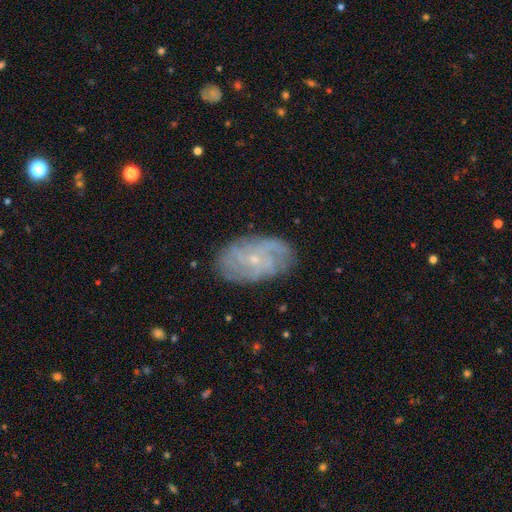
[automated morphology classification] Q: Smooth or featured?
A: featured or disk (68%); runner-up: smooth (20%)
Q: Edge-on disk?
A: no (94%); runner-up: yes (6%)
Q: Bar?
A: no (70%); runner-up: weak (25%)
Q: Spiral arms?
A: yes (88%); runner-up: no (12%)
Q: Spiral winding?
A: tight (52%); runner-up: medium (33%)
Q: Spiral arm count?
A: can't tell (45%); runner-up: 2 (19%)
Q: Bulge size?
A: small (81%); runner-up: moderate (15%)
Q: Merging?
A: none (81%); runner-up: minor disturbance (14%)